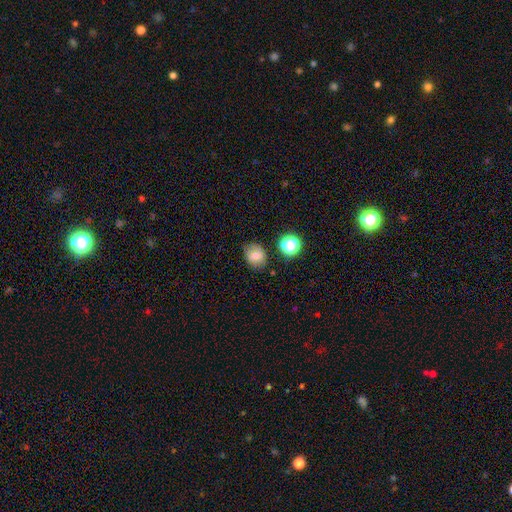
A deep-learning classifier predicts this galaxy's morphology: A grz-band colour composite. It shows a smooth galaxy with no disk features (75%) that is round (59%). Merging: none (78%).